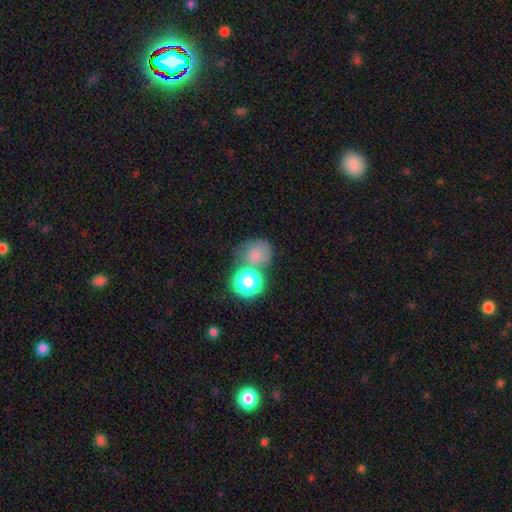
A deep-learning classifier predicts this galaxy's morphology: type=smooth (65%); roundness=round (77%); merging=none (49%).